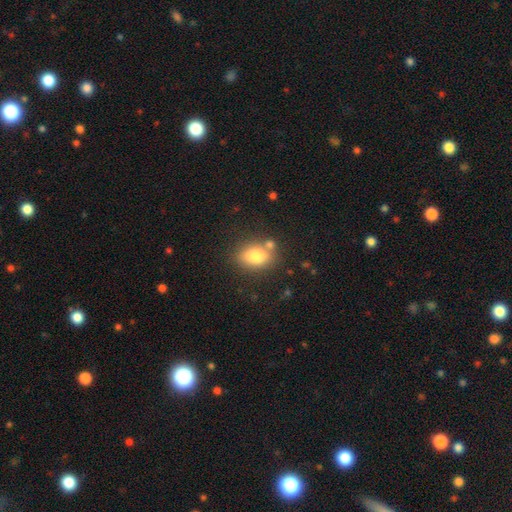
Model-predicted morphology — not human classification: smooth 80%, featured or disk 11%, star or artifact 9%. Down the decision tree: how rounded — in between (76%); merging — none (68%).